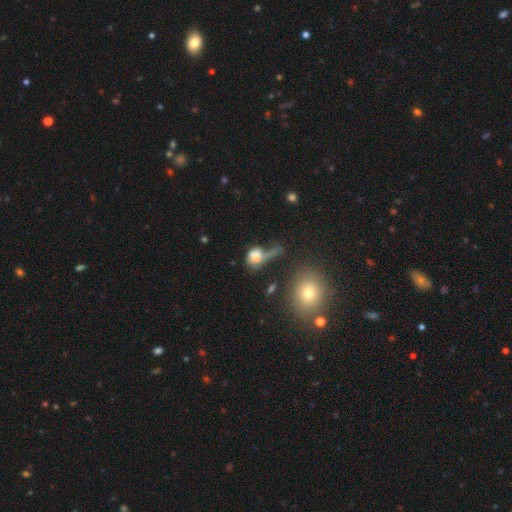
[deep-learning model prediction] A smooth galaxy with no disk features (59%) that is in between round and cigar-shaped (49%). Merging: major disturbance (43%).